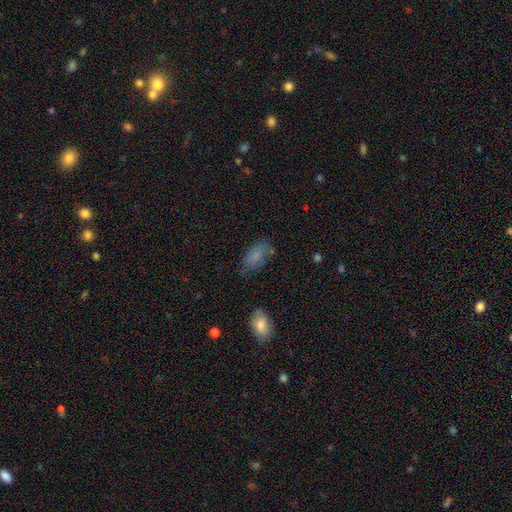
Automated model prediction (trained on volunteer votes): Smooth or featured? smooth (78%)
How rounded? in between (92%)
Merging? none (67%)